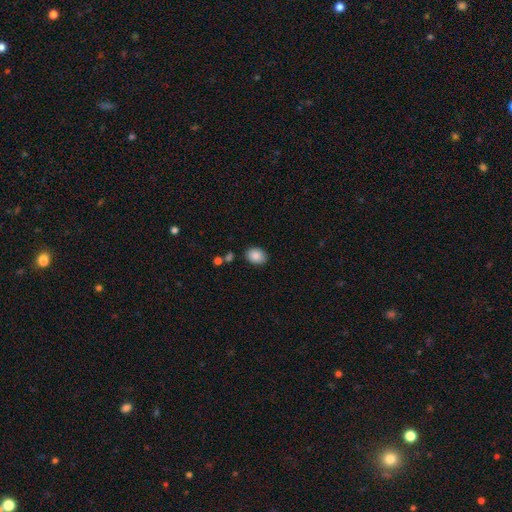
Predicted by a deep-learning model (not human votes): A smooth galaxy with no disk features (87%) that is in between round and cigar-shaped (70%). Merging: none (85%).